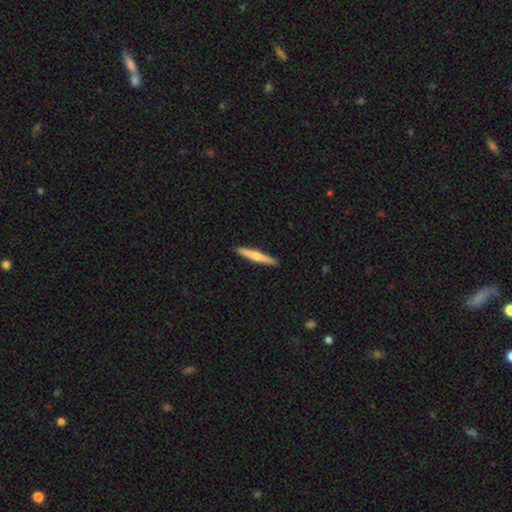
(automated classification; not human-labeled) Q: Smooth or featured?
A: smooth (49%); runner-up: featured or disk (46%)
Q: Merging?
A: none (92%); runner-up: minor disturbance (6%)